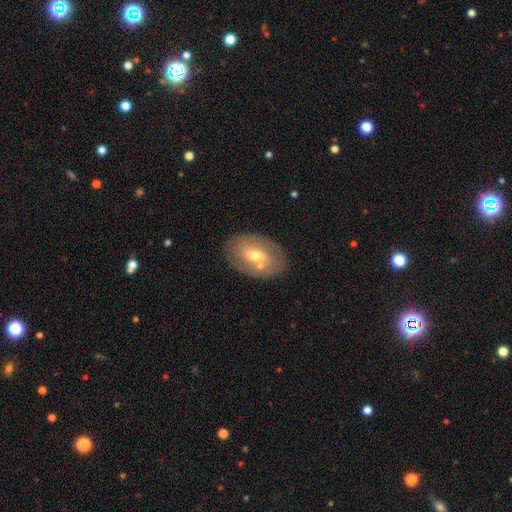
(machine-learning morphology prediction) A featured or disk galaxy (49%).

Vote fractions:
- Smooth or featured? featured or disk: 49% / smooth: 44% / star or artifact: 7%
- Merging? none: 75% / minor disturbance: 13% / merger: 8% / major disturbance: 4%